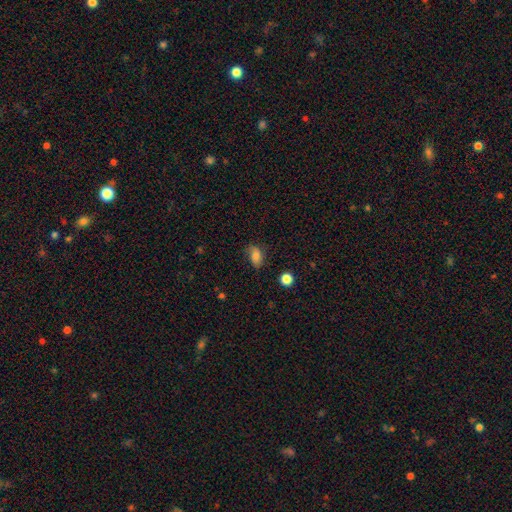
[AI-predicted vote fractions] This is likely a smooth galaxy (75%). How rounded: clearly in between (84%). Merging: likely none (64%).